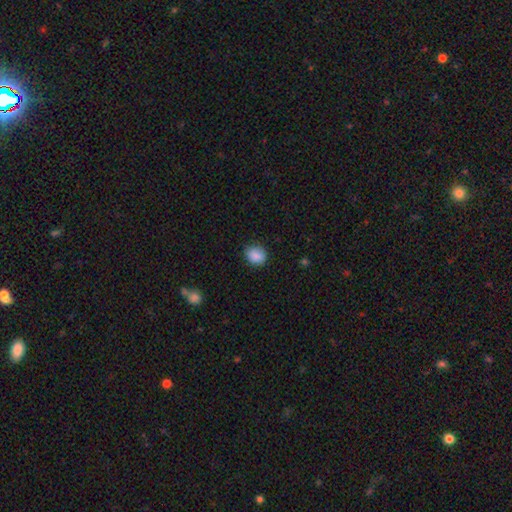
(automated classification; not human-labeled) Overall: smooth (88%). How rounded: round (68%; in between 31%). Merging: none (84%).